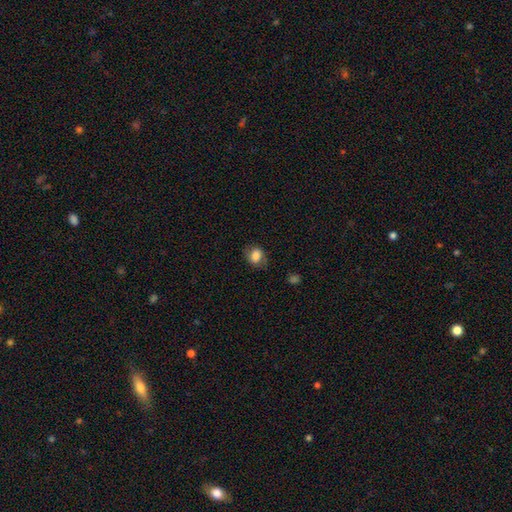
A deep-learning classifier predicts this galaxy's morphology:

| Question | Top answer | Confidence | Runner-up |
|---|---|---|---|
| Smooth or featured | smooth | 75% | featured or disk (16%) |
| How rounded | in between | 54% | round (44%) |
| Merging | none | 69% | minor disturbance (22%) |